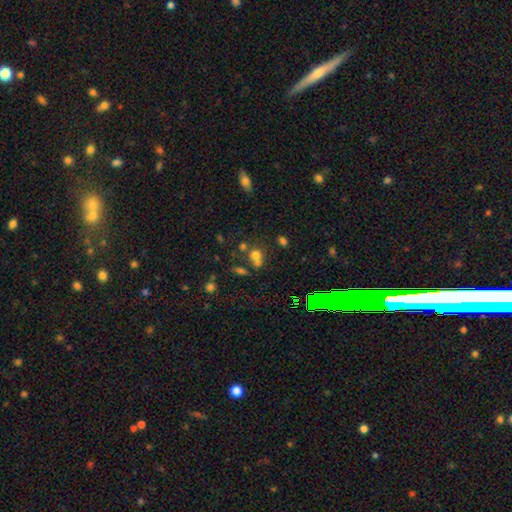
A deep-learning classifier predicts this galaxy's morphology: Smooth or featured?
  - smooth: 67% *
  - star or artifact: 20%
  - featured or disk: 13%
How rounded?
  - round: 71% *
  - in between: 27%
  - cigar-shaped: 2%
Merging?
  - none: 44% *
  - merger: 40%
  - minor disturbance: 10%
  - major disturbance: 6%